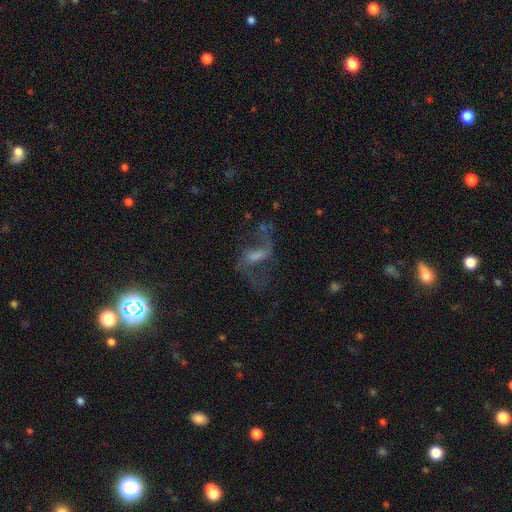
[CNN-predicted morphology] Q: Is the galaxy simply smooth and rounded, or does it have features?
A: featured or disk — 67%.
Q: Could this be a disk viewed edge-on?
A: no — 93%.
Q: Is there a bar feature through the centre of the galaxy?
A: weak — 48%.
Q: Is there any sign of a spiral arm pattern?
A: yes — 79%.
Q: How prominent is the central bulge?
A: moderate — 31%.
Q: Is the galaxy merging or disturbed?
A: none — 48%.